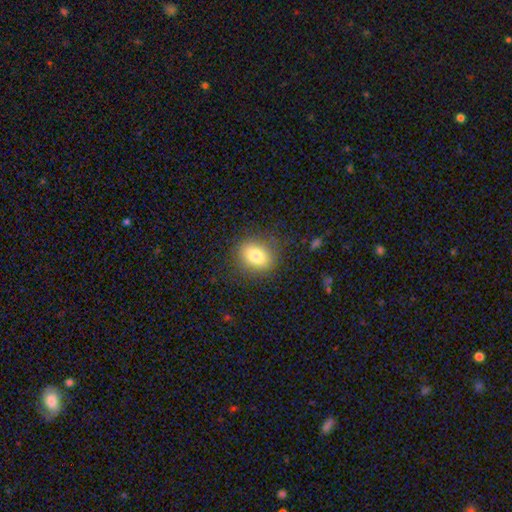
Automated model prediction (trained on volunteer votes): This appears to be a smooth galaxy with no disk features (80%) that is in between round and cigar-shaped (53%). Merging: none (83%).